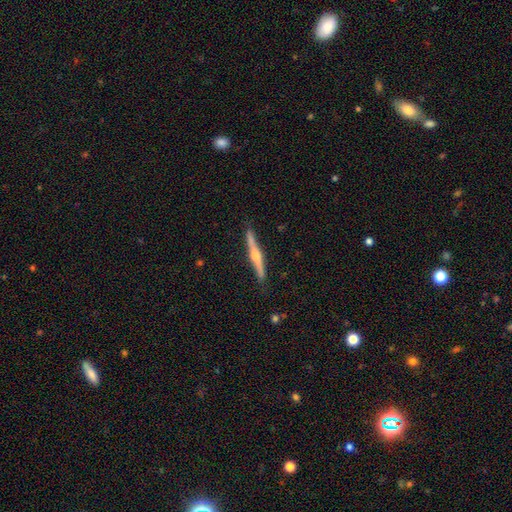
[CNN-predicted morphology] Smooth or featured?
  - featured or disk: 77% *
  - smooth: 18%
  - star or artifact: 5%
Edge-on disk?
  - yes: 98% *
  - no: 2%
Edge-on bulge?
  - rounded: 91% *
  - boxy: 5%
  - none: 5%
Merging?
  - none: 88% *
  - minor disturbance: 9%
  - major disturbance: 2%
  - merger: 1%